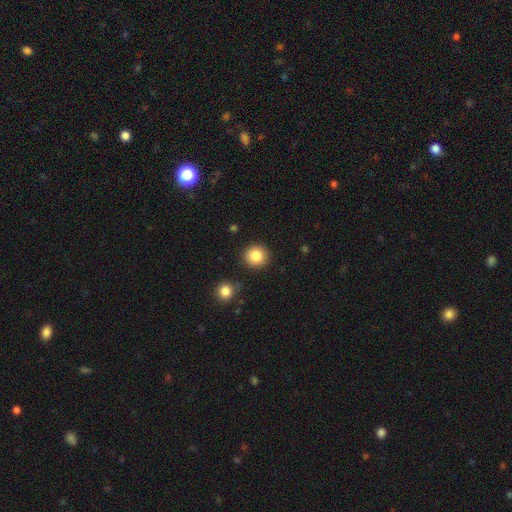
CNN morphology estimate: A smooth galaxy with no disk features (85%) that is round (93%). Merging: none (89%).